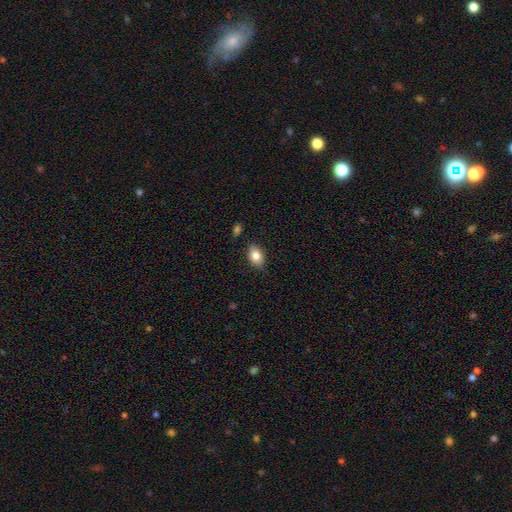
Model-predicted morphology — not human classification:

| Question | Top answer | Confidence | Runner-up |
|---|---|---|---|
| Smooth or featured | smooth | 83% | featured or disk (9%) |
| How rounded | in between | 86% | round (12%) |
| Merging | none | 83% | minor disturbance (12%) |